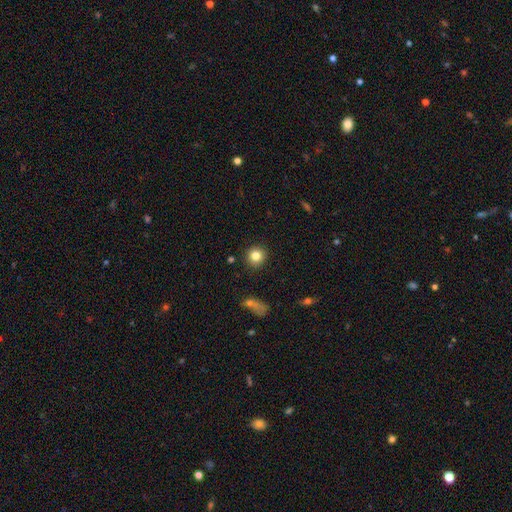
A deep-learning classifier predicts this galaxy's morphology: Smooth or featured? smooth (83%)
How rounded? round (92%)
Merging? none (90%)